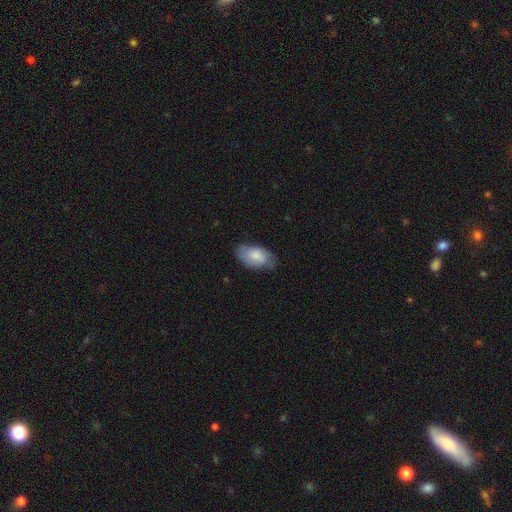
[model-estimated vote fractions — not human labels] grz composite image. It shows a smooth galaxy with no disk features (70%) that is in between round and cigar-shaped (94%). Merging: none (66%).